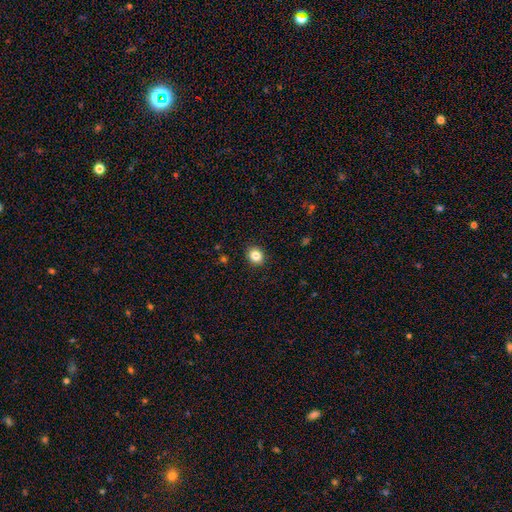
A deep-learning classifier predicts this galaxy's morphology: Smooth or featured? smooth (84%)
How rounded? round (69%)
Merging? none (91%)